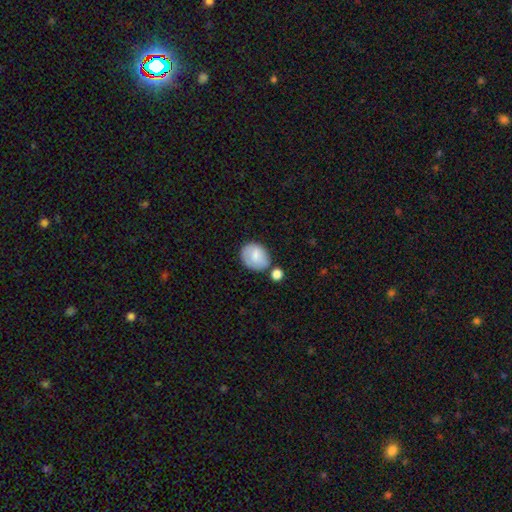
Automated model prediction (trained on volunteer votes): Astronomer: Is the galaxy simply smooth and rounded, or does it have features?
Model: smooth — 76%.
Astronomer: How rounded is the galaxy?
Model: round — 50% (runner-up: in between, 49%).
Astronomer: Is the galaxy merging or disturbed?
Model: none — 59%.